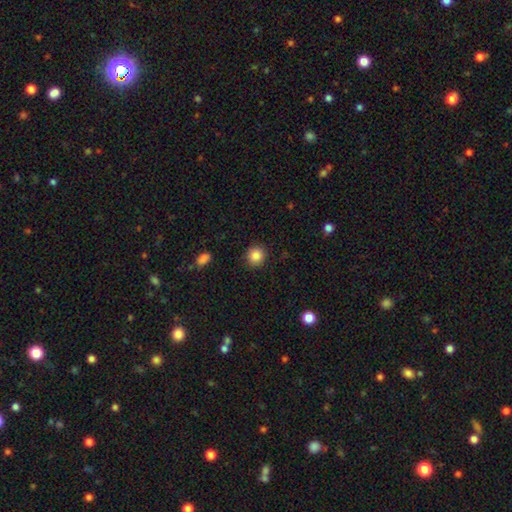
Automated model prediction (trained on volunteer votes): smooth 87%, star or artifact 10%, featured or disk 4%. Down the decision tree: how rounded — round (90%); merging — none (90%).